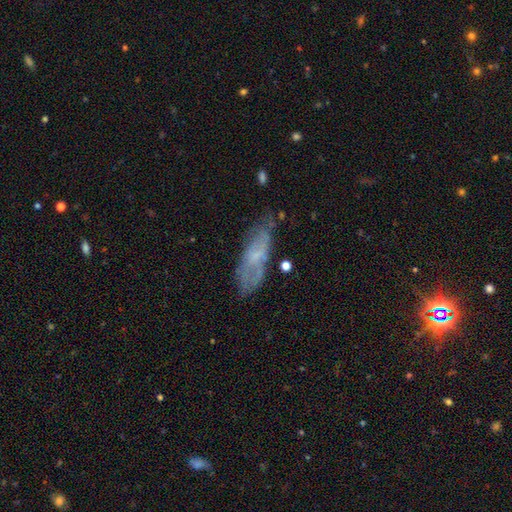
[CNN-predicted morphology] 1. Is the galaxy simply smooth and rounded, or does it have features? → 47% featured or disk, 44% smooth, 10% star or artifact.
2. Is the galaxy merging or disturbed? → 61% none, 26% minor disturbance, 9% major disturbance, 4% merger.